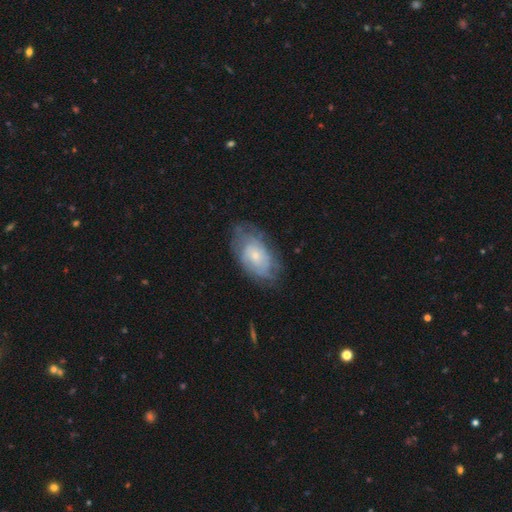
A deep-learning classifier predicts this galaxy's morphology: A featured or disk galaxy (59%) with no bar (81%), spiral arms (74%) and a small central bulge (72%). Merging: none (66%).